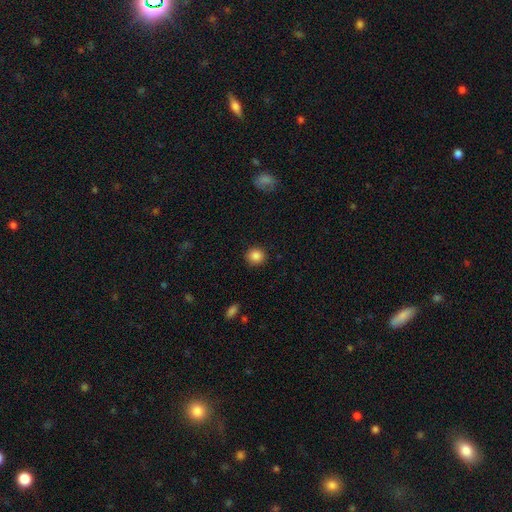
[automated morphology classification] Smooth or featured? smooth (86%)
How rounded? round (88%)
Merging? none (90%)